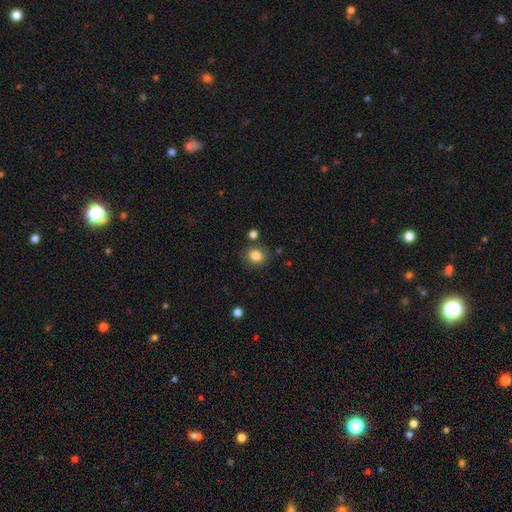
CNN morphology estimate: smooth-or-featured: smooth: 83% | star or artifact: 10% | featured or disk: 7%
  how-rounded: round: 70% | in between: 29% | cigar-shaped: 1%
  merging: none: 80% | minor disturbance: 11% | merger: 5% | major disturbance: 4%